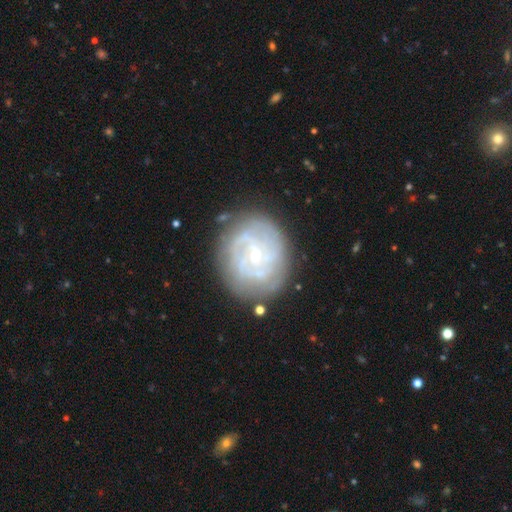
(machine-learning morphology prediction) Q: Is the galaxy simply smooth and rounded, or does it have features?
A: featured or disk — 78%.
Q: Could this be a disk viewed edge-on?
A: no — 97%.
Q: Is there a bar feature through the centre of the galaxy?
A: no — 51%.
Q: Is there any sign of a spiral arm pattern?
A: yes — 85%.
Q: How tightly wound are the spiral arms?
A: tight — 59%.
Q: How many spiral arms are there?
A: can't tell — 40%.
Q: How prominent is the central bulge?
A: small — 71%.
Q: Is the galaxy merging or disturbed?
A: none — 74%.